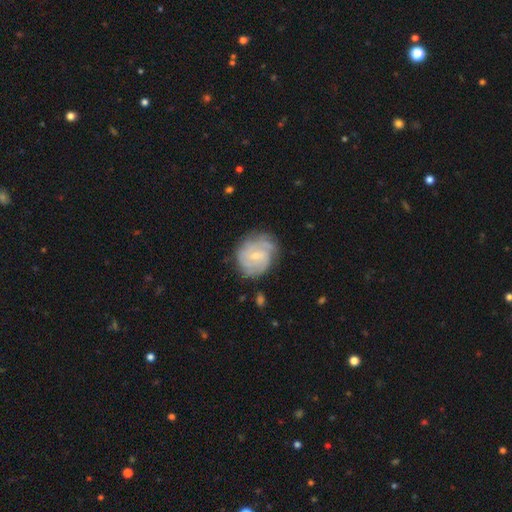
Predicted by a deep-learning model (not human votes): Smooth or featured? Predicted: featured or disk (p=0.76). Edge-on disk? Predicted: no (p=0.98). Bar? Predicted: weak (p=0.53). Spiral arms? Predicted: yes (p=0.92). Spiral winding? Predicted: tight (p=0.59). Spiral arm count? Predicted: can't tell (p=0.38). Bulge size? Predicted: small (p=0.67). Merging? Predicted: none (p=0.70).